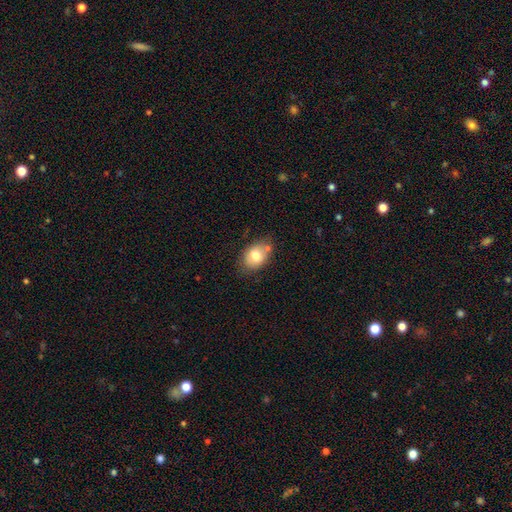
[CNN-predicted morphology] type=smooth (75%); roundness=in between (78%); merging=none (64%).